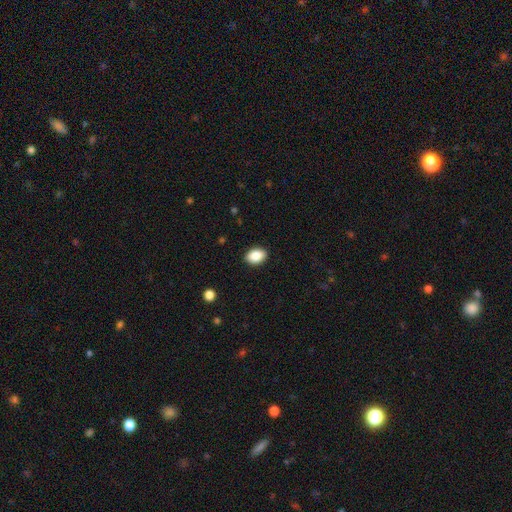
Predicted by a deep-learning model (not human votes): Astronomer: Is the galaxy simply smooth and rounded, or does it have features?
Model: smooth — 87%.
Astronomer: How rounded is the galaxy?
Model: in between — 85%.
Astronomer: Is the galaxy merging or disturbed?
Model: none — 90%.